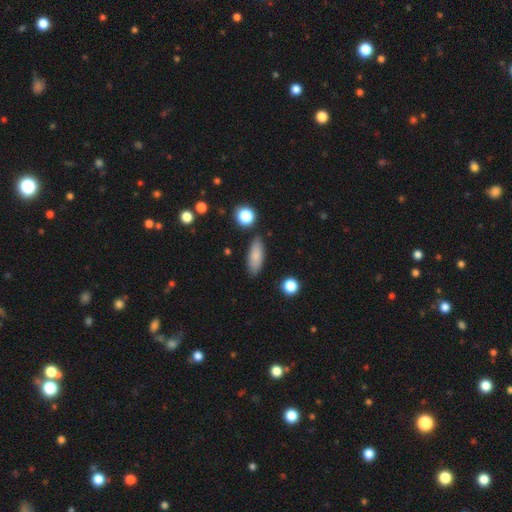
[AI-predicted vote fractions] Overall: smooth (83%). How rounded: in between (69%). Merging: none (85%).